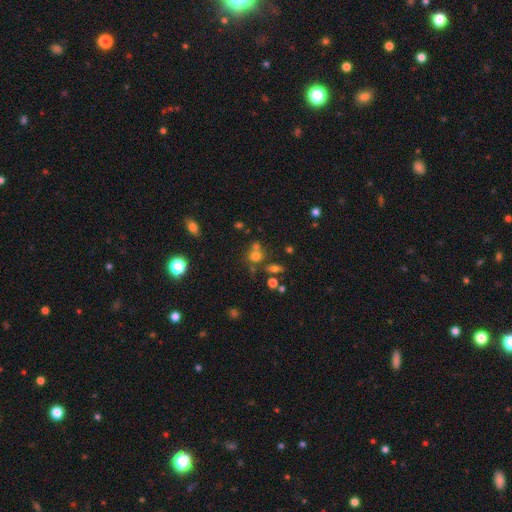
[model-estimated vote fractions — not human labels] A smooth galaxy with no disk features (66%) that is round (77%).

Vote fractions:
- Smooth or featured? smooth: 66% / star or artifact: 22% / featured or disk: 12%
- How rounded? round: 77% / in between: 21% / cigar-shaped: 2%
- Merging? none: 52% / merger: 32% / minor disturbance: 10% / major disturbance: 5%